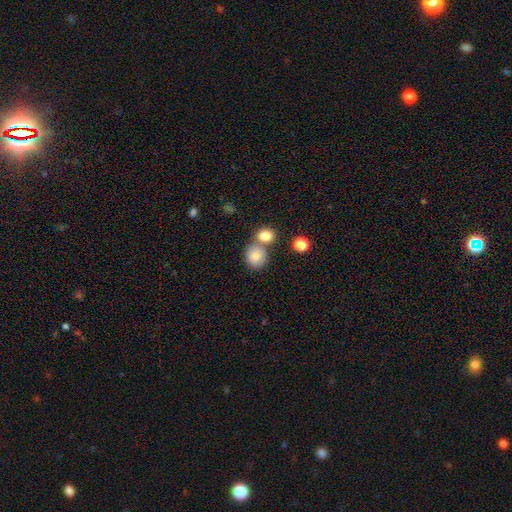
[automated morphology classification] This appears to be a smooth galaxy with no disk features (81%) that is round (81%). Merging: none (56%).